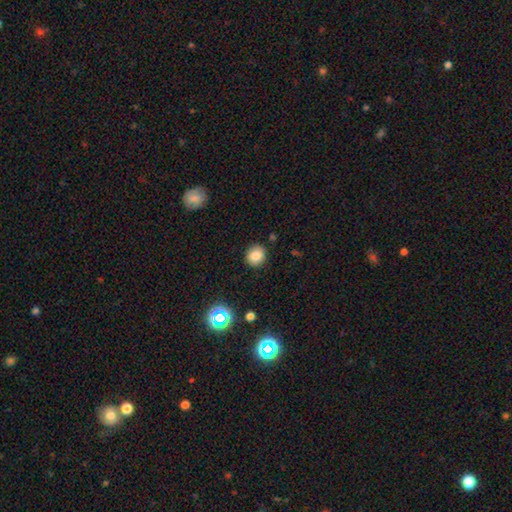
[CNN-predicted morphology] Smooth or featured? smooth (83%)
How rounded? round (80%)
Merging? none (87%)